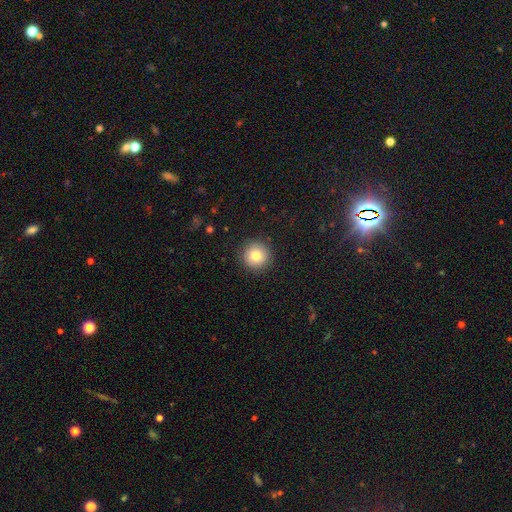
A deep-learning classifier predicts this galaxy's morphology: smooth_or_featured: smooth (p=0.80) [alt: star or artifact p=0.10]
how_rounded: round (p=0.96) [alt: in between p=0.03]
merging: none (p=0.90) [alt: minor disturbance p=0.06]